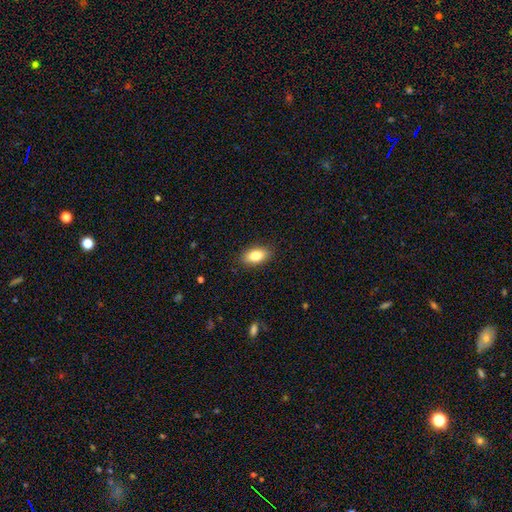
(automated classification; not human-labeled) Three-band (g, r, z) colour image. It shows a smooth galaxy with no disk features (84%) that is in between round and cigar-shaped (90%). Merging: none (88%).